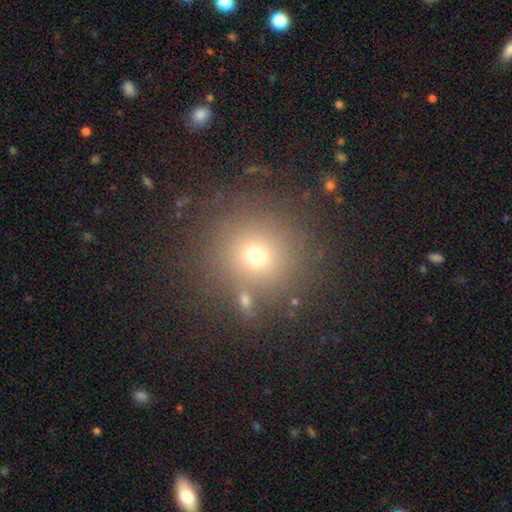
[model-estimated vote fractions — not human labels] smooth-or-featured: smooth: 68% | star or artifact: 21% | featured or disk: 11%
  how-rounded: round: 93% | in between: 6% | cigar-shaped: 1%
  merging: none: 82% | minor disturbance: 8% | merger: 5% | major disturbance: 4%